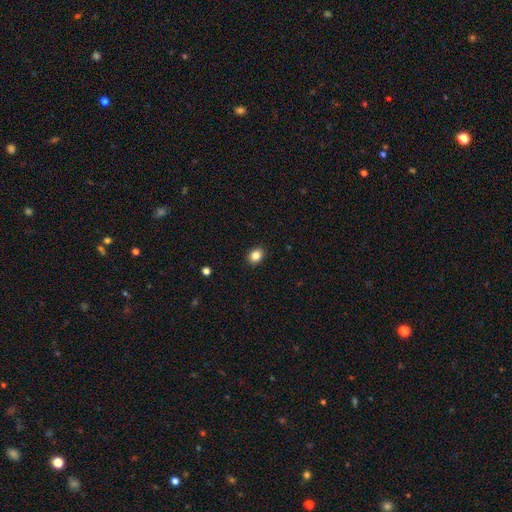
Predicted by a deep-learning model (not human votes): Overall: smooth (85%). How rounded: in between (56%; round 43%). Merging: none (90%).